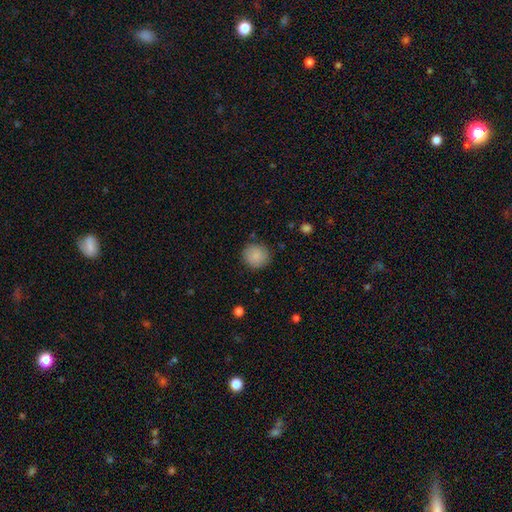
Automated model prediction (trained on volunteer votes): Morphology: type=smooth (86%); roundness=round (91%); merging=none (85%).